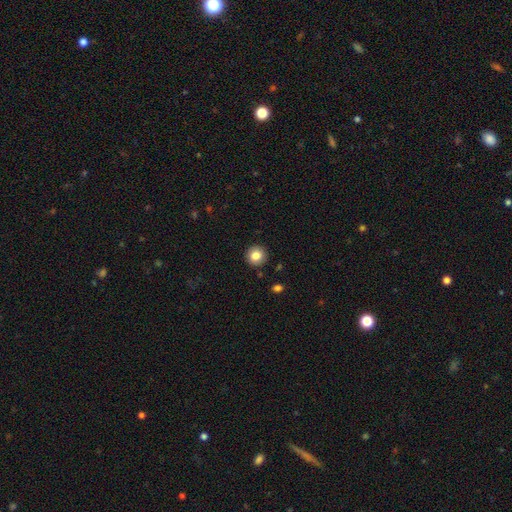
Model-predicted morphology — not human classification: type=smooth (84%); roundness=round (94%); merging=none (91%).